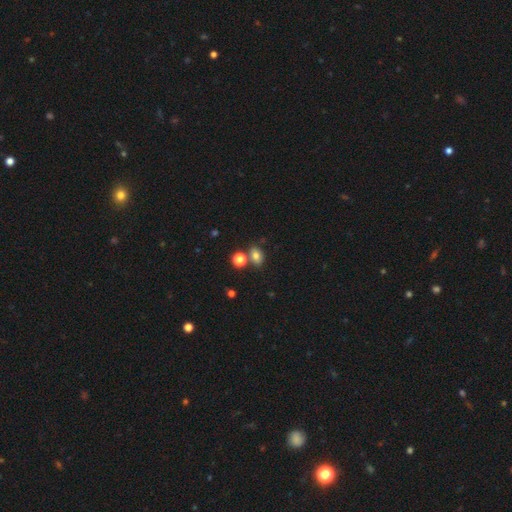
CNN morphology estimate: A smooth galaxy with no disk features (75%) that is in between round and cigar-shaped (68%). Merging: none (69%).